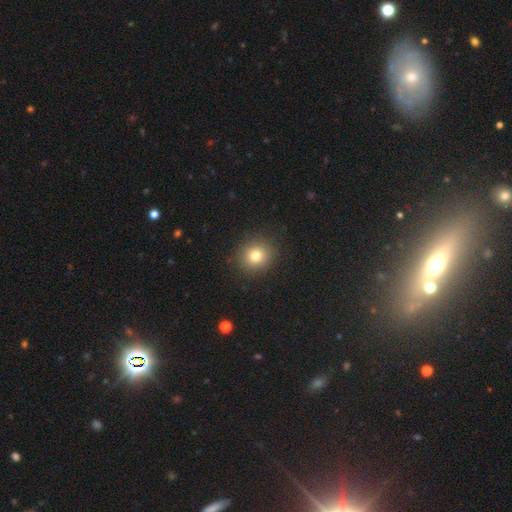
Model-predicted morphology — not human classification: This is likely a smooth galaxy (79%). How rounded: clearly round (84%). Merging: clearly none (89%).